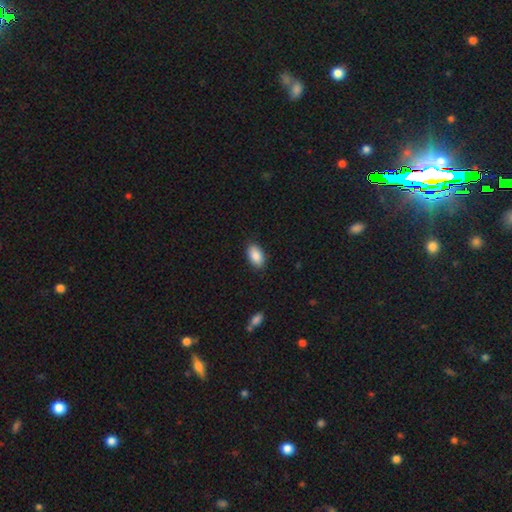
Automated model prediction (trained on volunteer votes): Smooth or featured?
  - smooth: 88% *
  - star or artifact: 7%
  - featured or disk: 5%
How rounded?
  - in between: 93% *
  - round: 5%
  - cigar-shaped: 2%
Merging?
  - none: 86% *
  - minor disturbance: 10%
  - major disturbance: 2%
  - merger: 1%